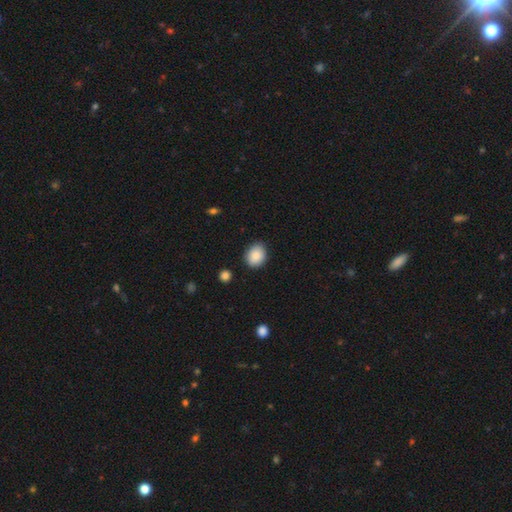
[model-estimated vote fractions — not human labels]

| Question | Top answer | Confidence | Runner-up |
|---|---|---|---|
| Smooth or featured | smooth | 88% | star or artifact (8%) |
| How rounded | in between | 59% | round (40%) |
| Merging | none | 85% | minor disturbance (11%) |